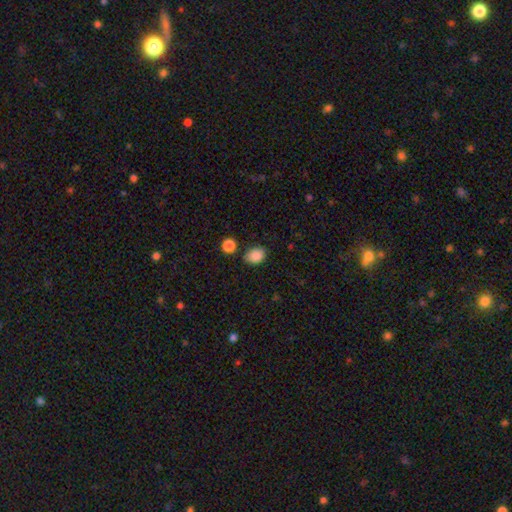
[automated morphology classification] smooth 88%, star or artifact 9%, featured or disk 3%. Down the decision tree: how rounded — in between (64%); merging — none (78%).